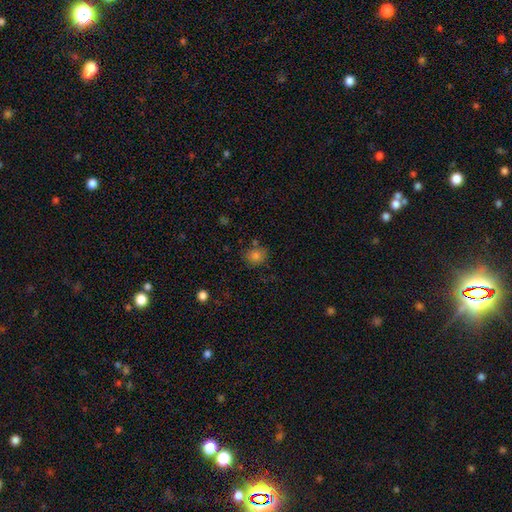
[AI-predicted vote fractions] This appears to be a smooth galaxy with no disk features (79%) that is round (73%). Merging: none (74%).